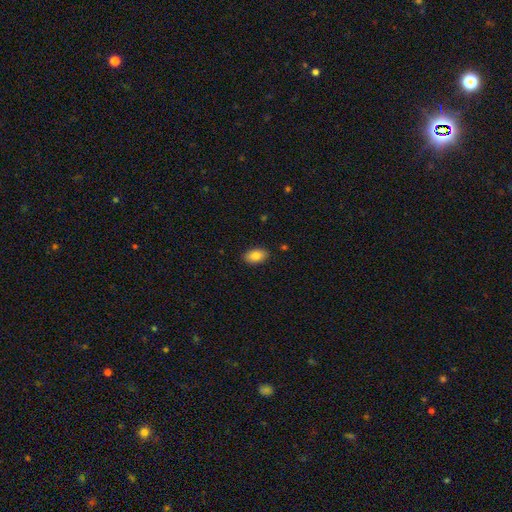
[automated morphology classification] This appears to be a smooth galaxy with no disk features (84%) that is in between round and cigar-shaped (92%). Merging: none (88%).